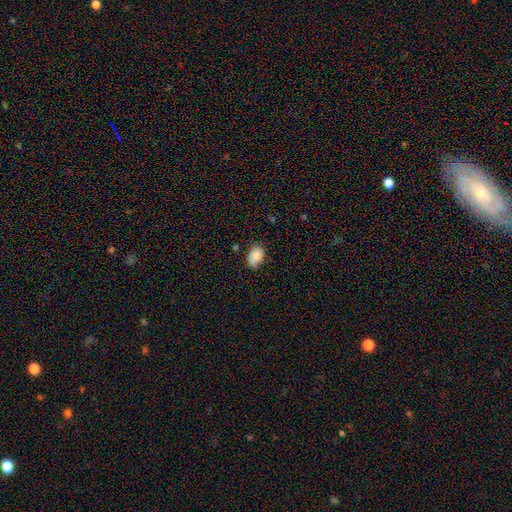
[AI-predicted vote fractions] Morphology: type=smooth (85%); roundness=in between (86%); merging=none (72%).